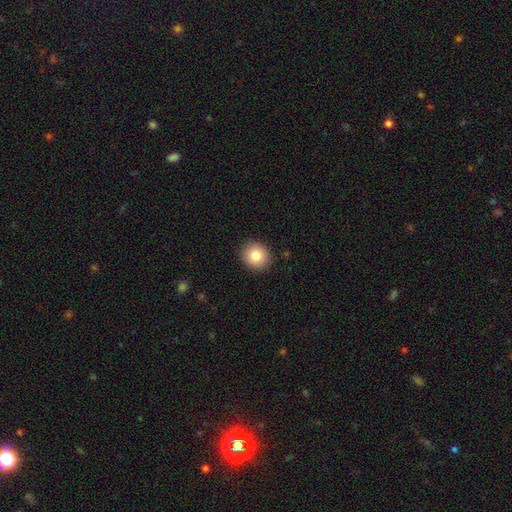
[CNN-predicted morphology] Smooth or featured?
  - smooth: 83% *
  - star or artifact: 9%
  - featured or disk: 8%
How rounded?
  - round: 86% *
  - in between: 13%
  - cigar-shaped: 1%
Merging?
  - none: 91% *
  - minor disturbance: 6%
  - major disturbance: 2%
  - merger: 1%